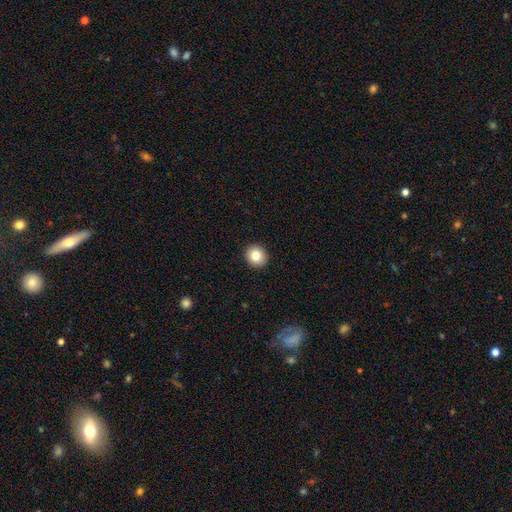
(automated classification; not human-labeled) smooth_or_featured: smooth (p=0.82) [alt: star or artifact p=0.10]
how_rounded: round (p=0.88) [alt: in between p=0.11]
merging: none (p=0.93) [alt: minor disturbance p=0.05]